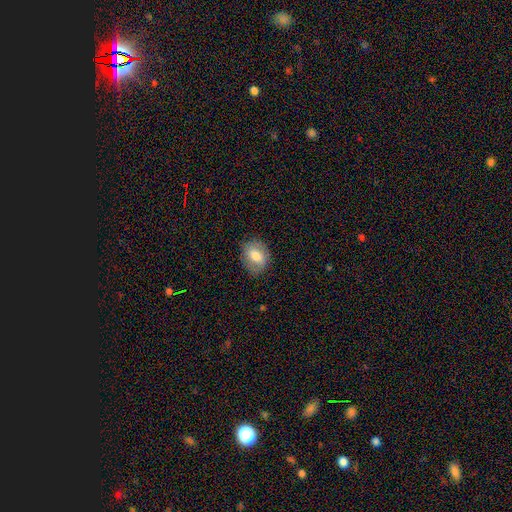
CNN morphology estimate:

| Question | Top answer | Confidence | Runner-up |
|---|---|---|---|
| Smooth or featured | smooth | 69% | featured or disk (23%) |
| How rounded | in between | 59% | round (39%) |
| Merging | none | 77% | minor disturbance (16%) |